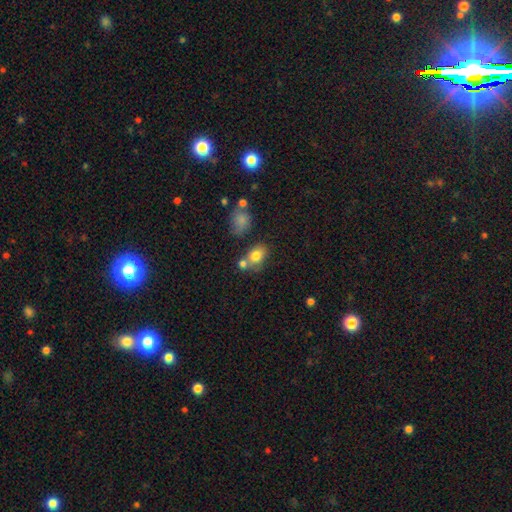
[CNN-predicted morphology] Smooth or featured?
  - smooth: 77% *
  - featured or disk: 12%
  - star or artifact: 10%
How rounded?
  - in between: 69% *
  - round: 30%
  - cigar-shaped: 2%
Merging?
  - none: 52% *
  - merger: 27%
  - minor disturbance: 15%
  - major disturbance: 5%